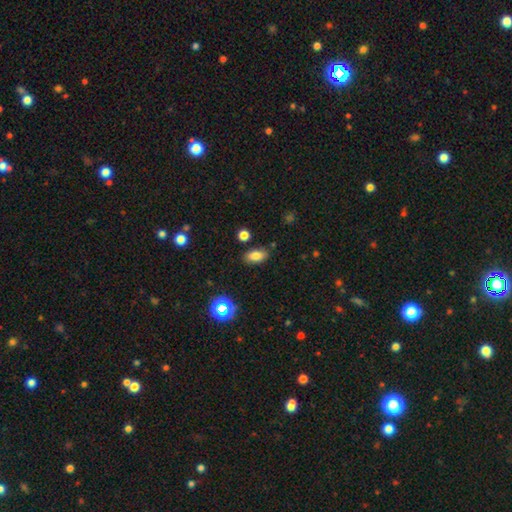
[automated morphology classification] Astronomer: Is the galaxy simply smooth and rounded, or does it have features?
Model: smooth — 79%.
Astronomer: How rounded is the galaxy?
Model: in between — 89%.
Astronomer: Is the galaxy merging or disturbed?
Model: none — 82%.